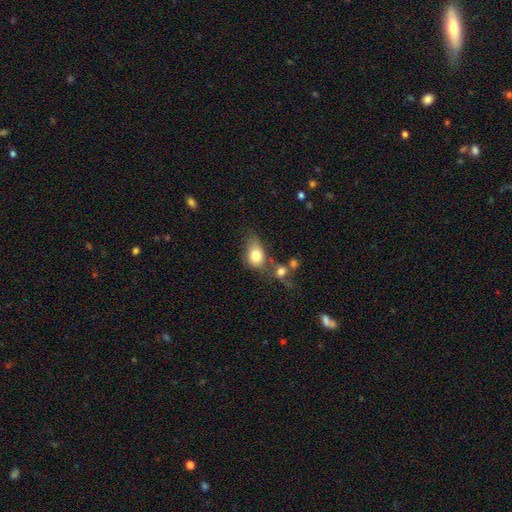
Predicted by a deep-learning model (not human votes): smooth 78%, featured or disk 13%, star or artifact 9%. Down the decision tree: how rounded — in between (74%); merging — none (33%).